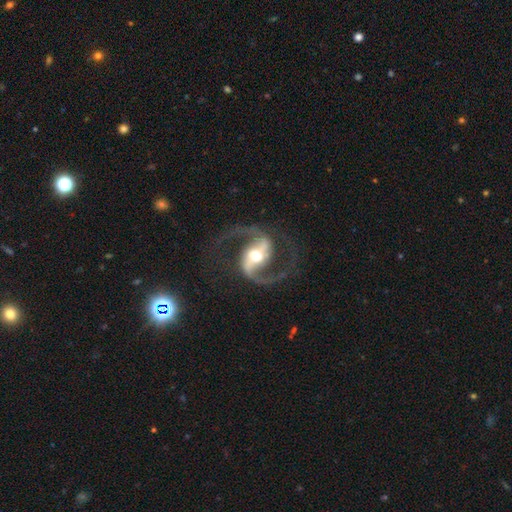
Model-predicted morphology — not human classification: A featured or disk galaxy (93%) with a strong bar (53%), 2 (94%) medium (53%) spiral arms (98%) and a moderate central bulge (63%). Merging: none (79%).